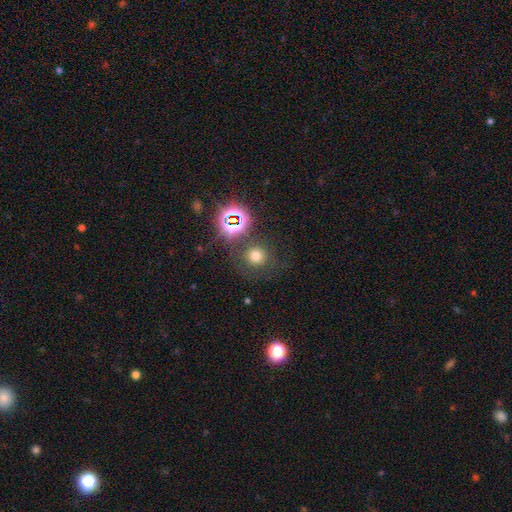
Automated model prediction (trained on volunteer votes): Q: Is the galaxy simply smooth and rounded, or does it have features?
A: smooth — 64%.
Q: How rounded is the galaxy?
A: round — 92%.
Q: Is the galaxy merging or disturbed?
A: none — 76%.